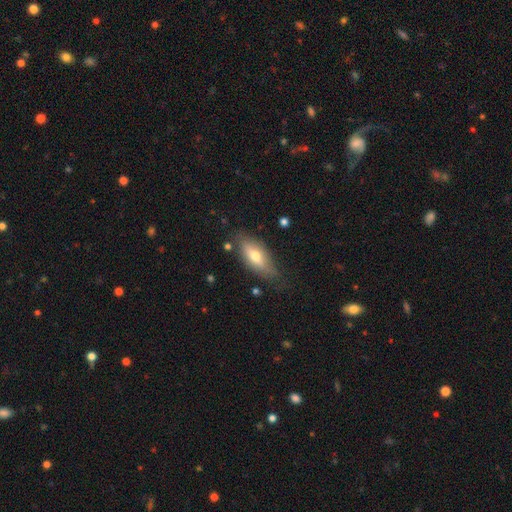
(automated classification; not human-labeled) The model was most divided on "smooth or featured": smooth: 58%, featured or disk: 35%, star or artifact: 7%. More confident: merging — none (74%); how rounded — in between (72%).